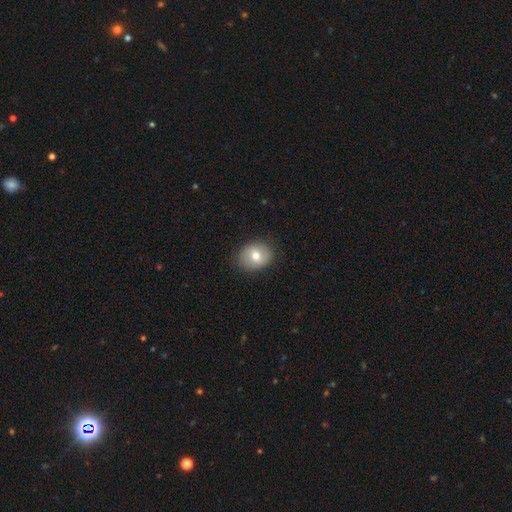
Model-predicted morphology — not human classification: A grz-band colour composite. It shows a smooth galaxy with no disk features (74%) that is round (58%). Merging: none (85%).